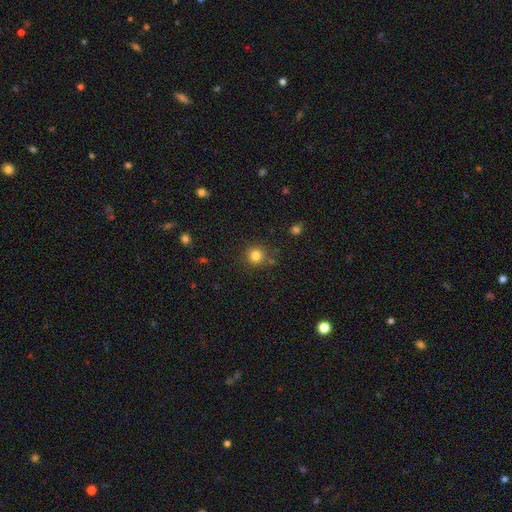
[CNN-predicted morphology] A smooth galaxy with no disk features (82%) that is round (92%).

Vote fractions:
- Smooth or featured? smooth: 82% / star or artifact: 13% / featured or disk: 5%
- How rounded? round: 92% / in between: 7% / cigar-shaped: 1%
- Merging? none: 82% / minor disturbance: 9% / merger: 5% / major disturbance: 3%